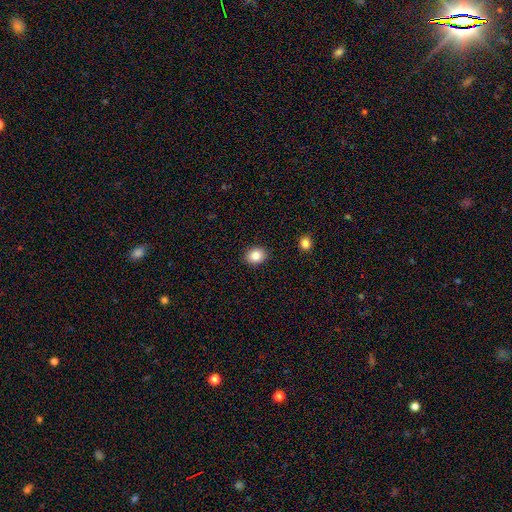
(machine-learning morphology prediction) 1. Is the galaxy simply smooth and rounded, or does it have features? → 85% smooth, 9% star or artifact, 6% featured or disk.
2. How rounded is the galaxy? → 50% round, 49% in between, 1% cigar-shaped.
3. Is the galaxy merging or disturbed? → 90% none, 7% minor disturbance, 2% major disturbance, 1% merger.